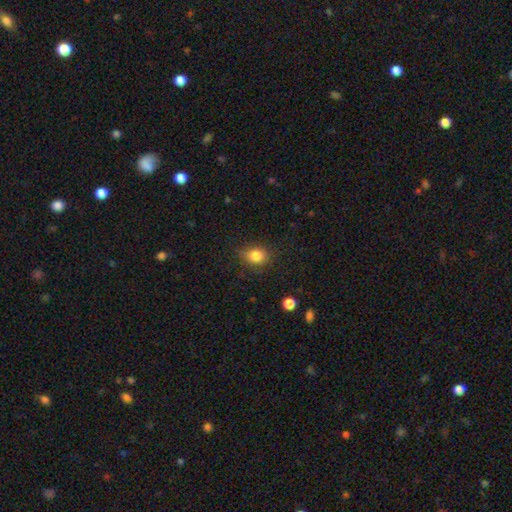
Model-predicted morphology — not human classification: Overall: smooth (83%). How rounded: round (59%; in between 39%). Merging: none (77%).